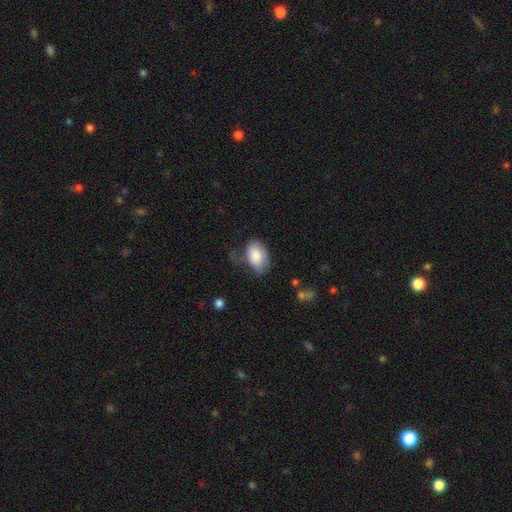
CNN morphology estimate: Smooth or featured? smooth (80%)
How rounded? in between (91%)
Merging? none (37%)